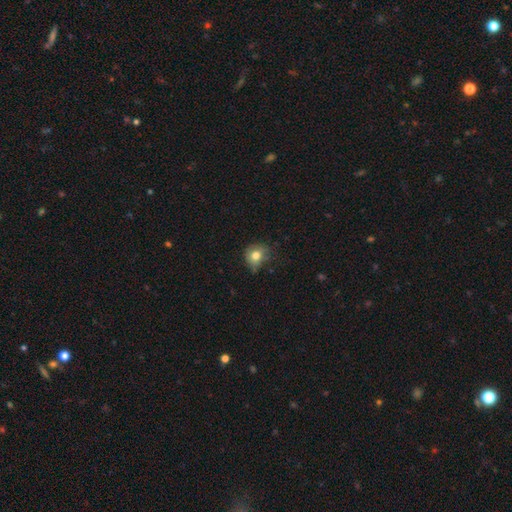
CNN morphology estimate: smooth 77%, featured or disk 12%, star or artifact 11%. Down the decision tree: how rounded — round (71%); merging — none (55%).